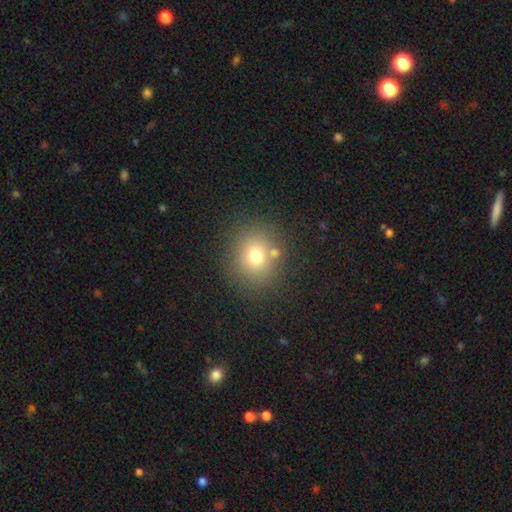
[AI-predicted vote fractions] A smooth galaxy with no disk features (72%) that is round (81%). Merging: none (78%).